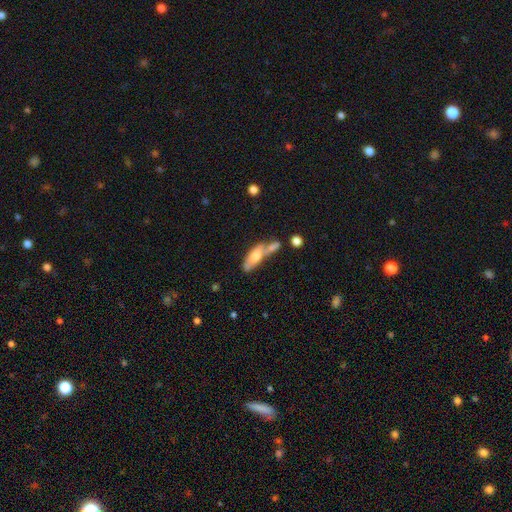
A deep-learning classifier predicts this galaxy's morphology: Smooth or featured? Predicted: smooth (p=0.61). How rounded? Predicted: in between (p=0.59). Merging? Predicted: merger (p=0.42).